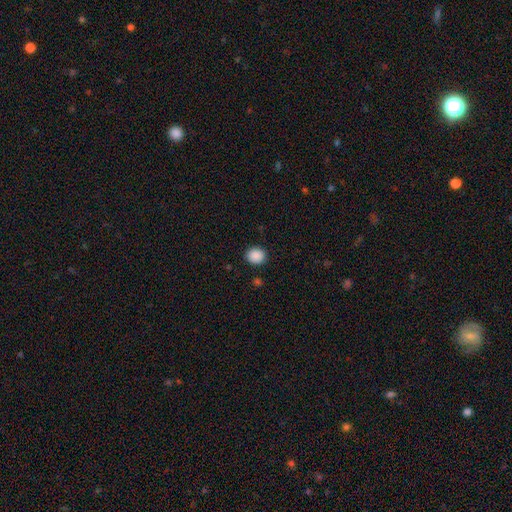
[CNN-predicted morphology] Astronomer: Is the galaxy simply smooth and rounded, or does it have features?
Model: smooth — 89%.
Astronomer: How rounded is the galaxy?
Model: round — 75%.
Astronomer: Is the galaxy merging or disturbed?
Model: none — 89%.